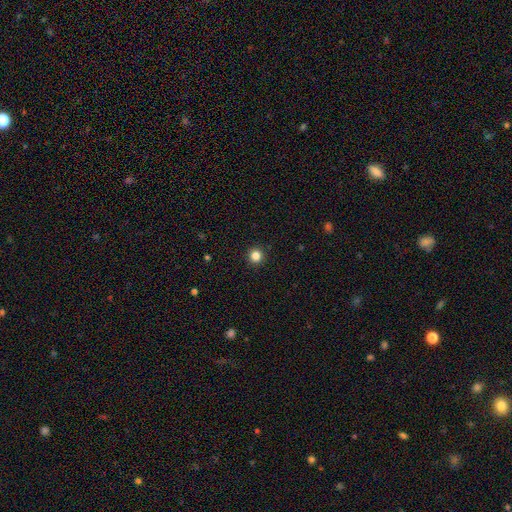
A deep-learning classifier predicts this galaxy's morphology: Smooth or featured?
  - smooth: 84% *
  - star or artifact: 12%
  - featured or disk: 4%
How rounded?
  - round: 95% *
  - in between: 4%
  - cigar-shaped: 1%
Merging?
  - none: 93% *
  - minor disturbance: 4%
  - major disturbance: 2%
  - merger: 1%